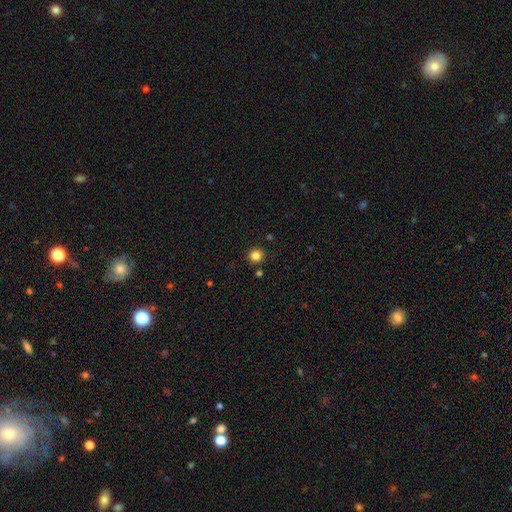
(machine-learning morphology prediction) Smooth or featured? Predicted: smooth (p=0.83). How rounded? Predicted: round (p=0.93). Merging? Predicted: none (p=0.90).